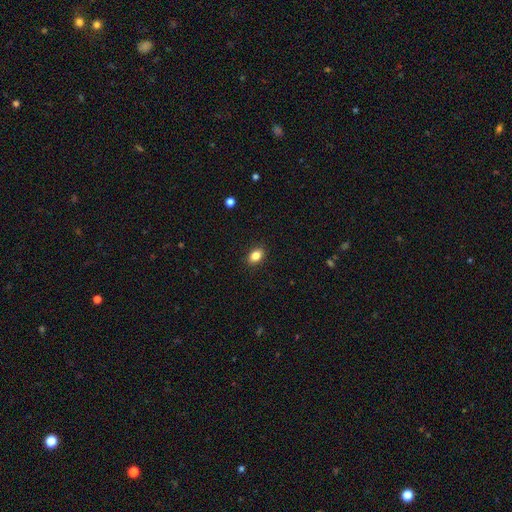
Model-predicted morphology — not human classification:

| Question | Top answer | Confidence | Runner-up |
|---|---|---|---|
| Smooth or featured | smooth | 84% | star or artifact (9%) |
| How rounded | in between | 82% | round (17%) |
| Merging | none | 89% | minor disturbance (8%) |